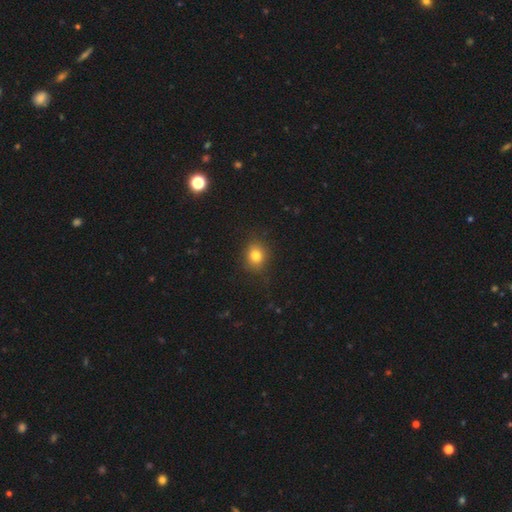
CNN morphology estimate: Overall: smooth (80%). How rounded: round (68%; in between 31%). Merging: none (84%).